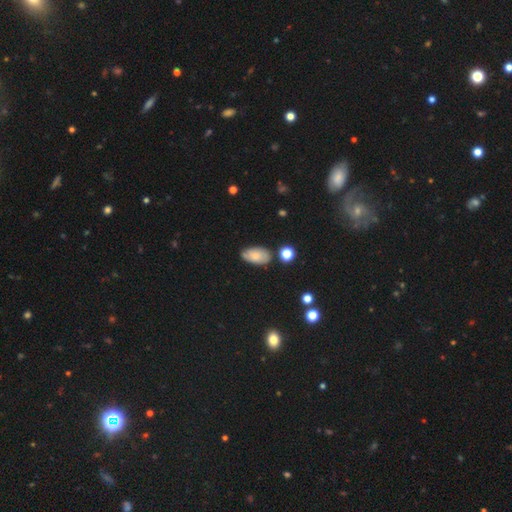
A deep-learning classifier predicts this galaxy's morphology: The model was most divided on "merging": none: 65%, minor disturbance: 25%, merger: 5%, major disturbance: 5%. More confident: how rounded — in between (93%); smooth or featured — smooth (70%).